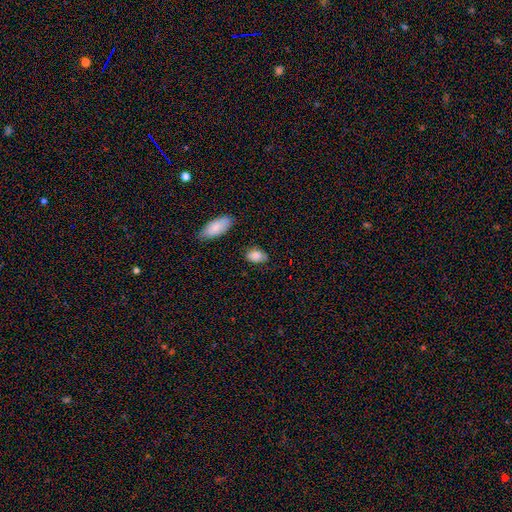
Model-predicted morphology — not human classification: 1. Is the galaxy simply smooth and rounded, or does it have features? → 86% smooth, 8% star or artifact, 6% featured or disk.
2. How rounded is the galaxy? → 84% in between, 14% round, 2% cigar-shaped.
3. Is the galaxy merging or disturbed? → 74% none, 19% minor disturbance, 4% major disturbance, 3% merger.